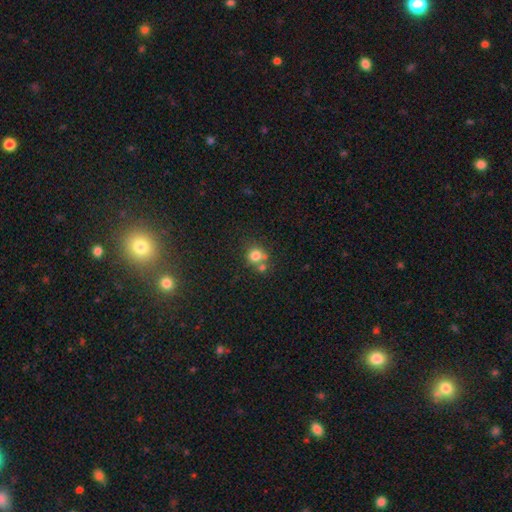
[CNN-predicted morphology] This appears to be a smooth galaxy with no disk features (77%) that is round (87%). Merging: none (53%).